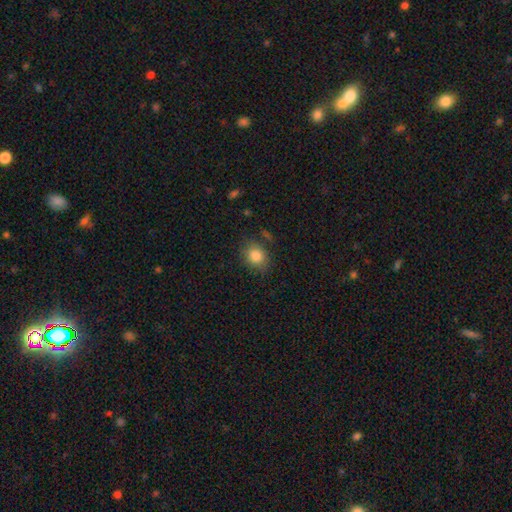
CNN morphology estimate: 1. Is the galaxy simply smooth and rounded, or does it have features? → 84% smooth, 9% star or artifact, 7% featured or disk.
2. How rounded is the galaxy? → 54% round, 44% in between, 1% cigar-shaped.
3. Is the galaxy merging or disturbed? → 76% none, 16% minor disturbance, 5% major disturbance, 3% merger.